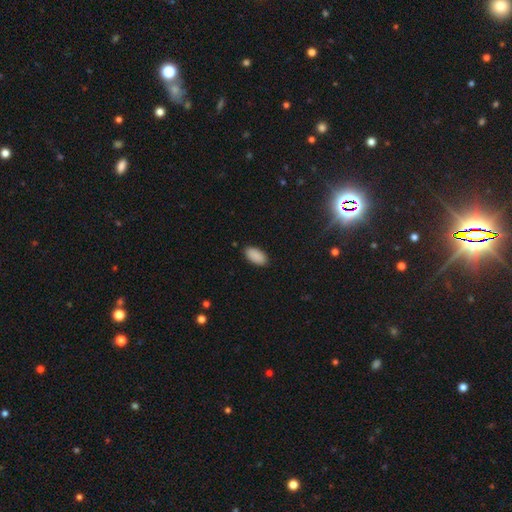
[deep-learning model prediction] Smooth or featured? smooth (89%)
How rounded? in between (95%)
Merging? none (88%)